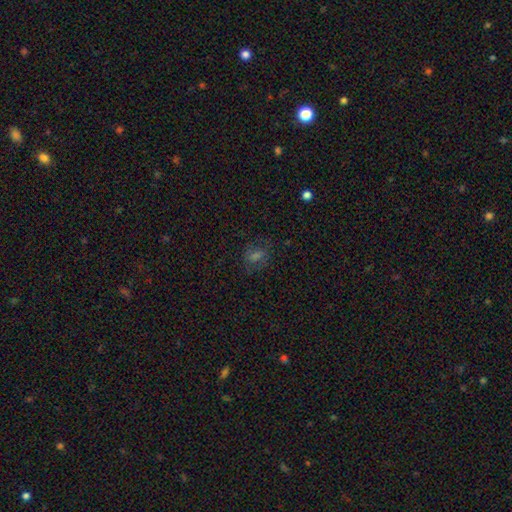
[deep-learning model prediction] Smooth or featured: smooth — 46% (star or artifact — 33%)
Merging: none — 75% (minor disturbance — 15%)